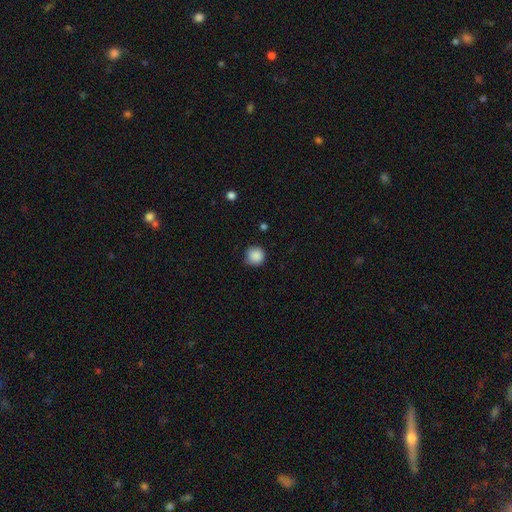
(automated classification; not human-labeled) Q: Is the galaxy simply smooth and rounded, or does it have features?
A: smooth — 87%.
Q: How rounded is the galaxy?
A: round — 94%.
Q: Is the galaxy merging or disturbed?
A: none — 80%.